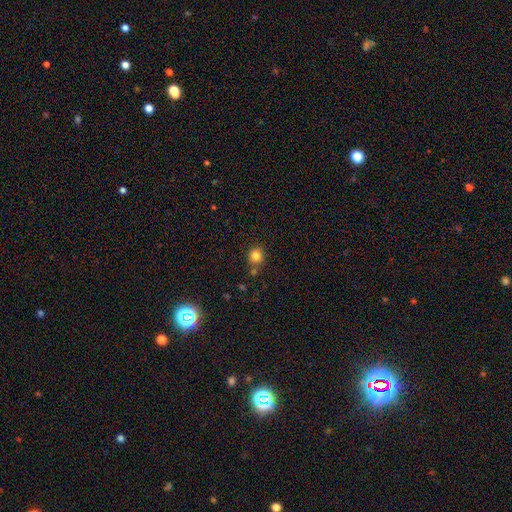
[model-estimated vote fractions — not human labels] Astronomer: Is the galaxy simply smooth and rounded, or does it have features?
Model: smooth — 83%.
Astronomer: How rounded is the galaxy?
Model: round — 86%.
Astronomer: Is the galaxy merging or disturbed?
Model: none — 74%.